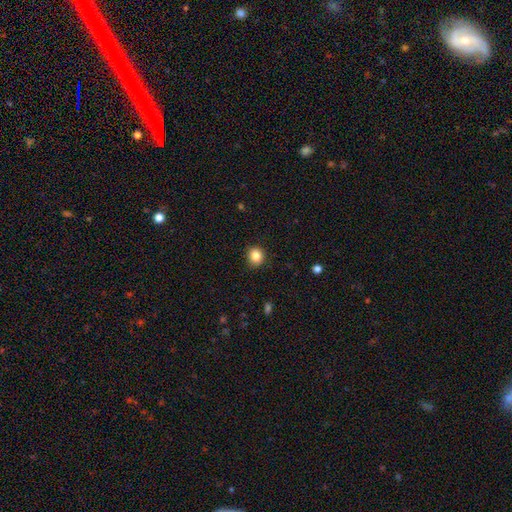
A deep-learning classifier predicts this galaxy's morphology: A smooth galaxy with no disk features (84%) that is round (84%).

Vote fractions:
- Smooth or featured? smooth: 84% / star or artifact: 10% / featured or disk: 5%
- How rounded? round: 84% / in between: 15% / cigar-shaped: 1%
- Merging? none: 90% / minor disturbance: 7% / major disturbance: 2% / merger: 1%